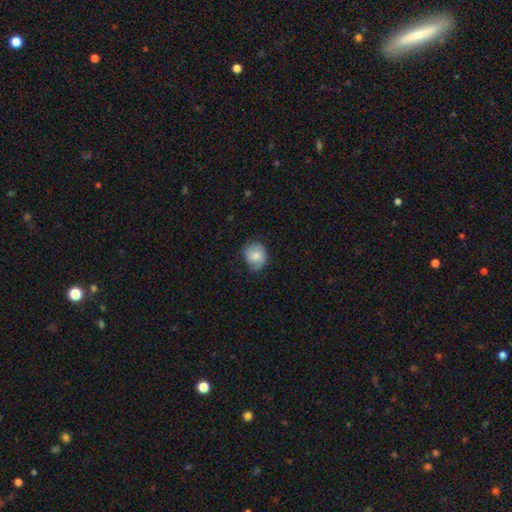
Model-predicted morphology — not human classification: Smooth or featured: smooth — 69% (featured or disk — 24%)
How rounded: round — 66% (in between — 33%)
Merging: none — 65% (minor disturbance — 26%)